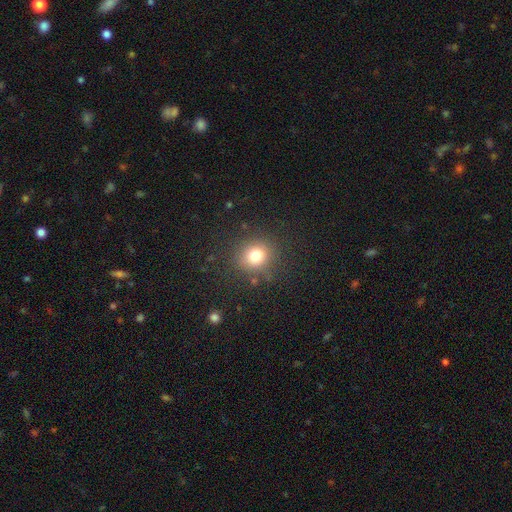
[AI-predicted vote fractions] Smooth or featured? Predicted: smooth (p=0.78). How rounded? Predicted: round (p=0.84). Merging? Predicted: none (p=0.85).